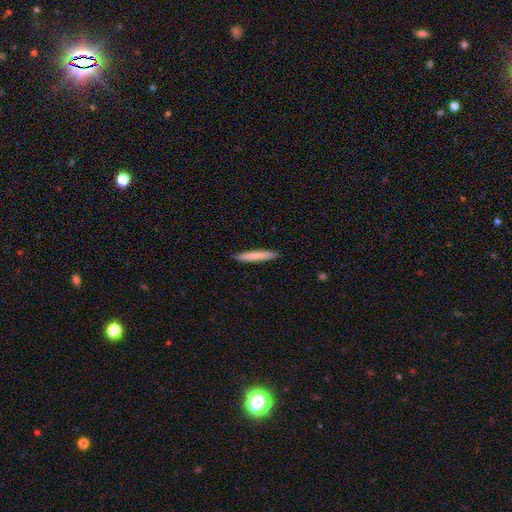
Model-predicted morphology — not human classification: This is likely a smooth galaxy (76%). How rounded: clearly cigar-shaped (95%). Merging: clearly none (91%).